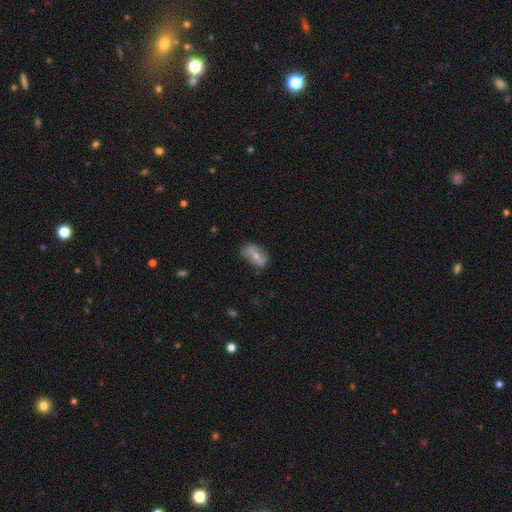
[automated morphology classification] Smooth or featured? Predicted: smooth (p=0.53). How rounded? Predicted: in between (p=0.83). Merging? Predicted: none (p=0.67).